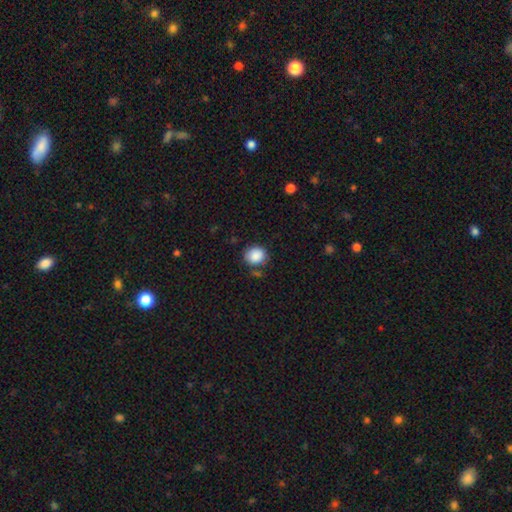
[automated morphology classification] Smooth or featured? Predicted: smooth (p=0.88). How rounded? Predicted: round (p=0.78). Merging? Predicted: none (p=0.78).